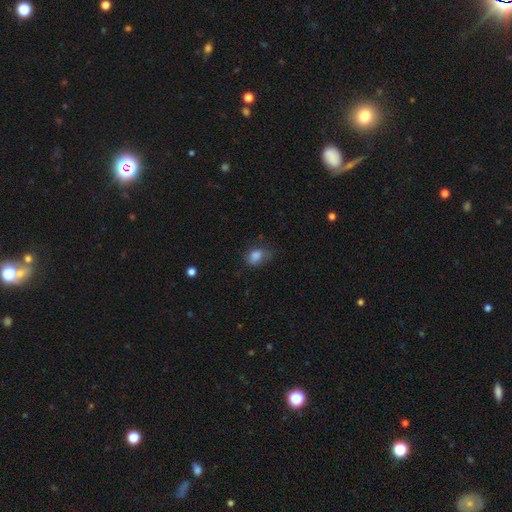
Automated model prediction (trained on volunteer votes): Smooth or featured? smooth (81%)
How rounded? in between (73%)
Merging? none (51%)